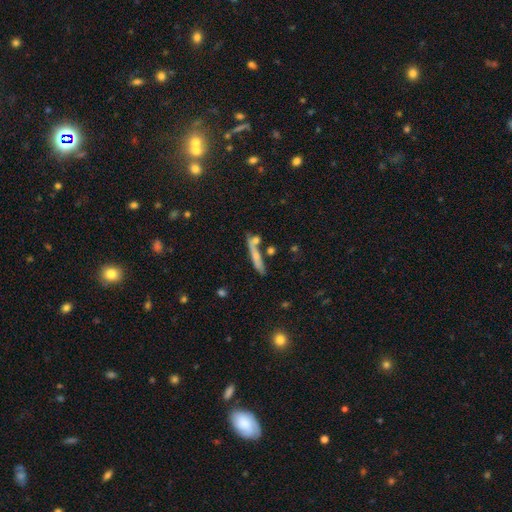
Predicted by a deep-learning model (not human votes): Smooth or featured: smooth — 56% (featured or disk — 35%)
How rounded: cigar-shaped — 90% (in between — 7%)
Merging: none — 61% (merger — 18%)